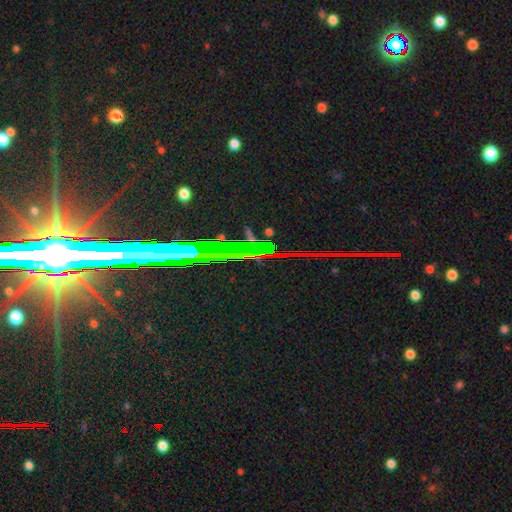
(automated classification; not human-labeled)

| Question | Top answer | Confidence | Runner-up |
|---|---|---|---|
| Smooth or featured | star or artifact | 74% | featured or disk (17%) |